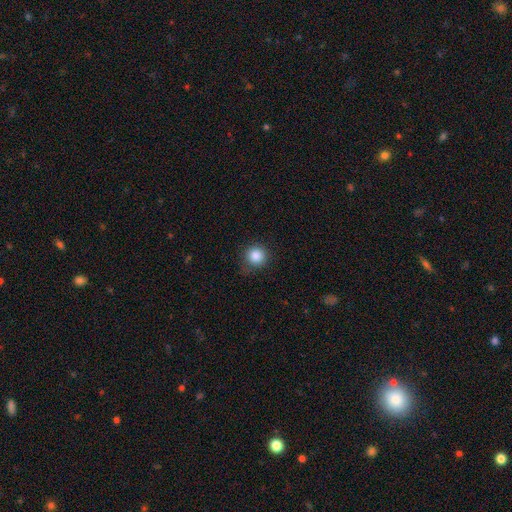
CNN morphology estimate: Smooth or featured?
  - smooth: 86% *
  - star or artifact: 10%
  - featured or disk: 4%
How rounded?
  - round: 93% *
  - in between: 7%
  - cigar-shaped: 1%
Merging?
  - none: 80% *
  - minor disturbance: 15%
  - major disturbance: 4%
  - merger: 1%